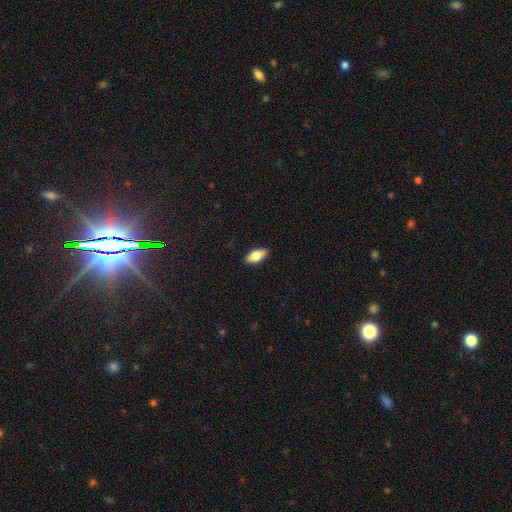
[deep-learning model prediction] Q: Smooth or featured?
A: smooth (78%); runner-up: featured or disk (15%)
Q: How rounded?
A: in between (87%); runner-up: cigar-shaped (10%)
Q: Merging?
A: none (89%); runner-up: minor disturbance (9%)